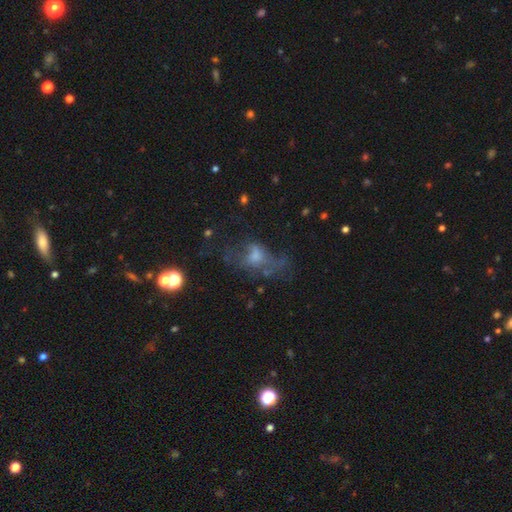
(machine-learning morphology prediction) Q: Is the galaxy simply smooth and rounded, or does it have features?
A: featured or disk — 44%.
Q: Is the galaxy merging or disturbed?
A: major disturbance — 39%.